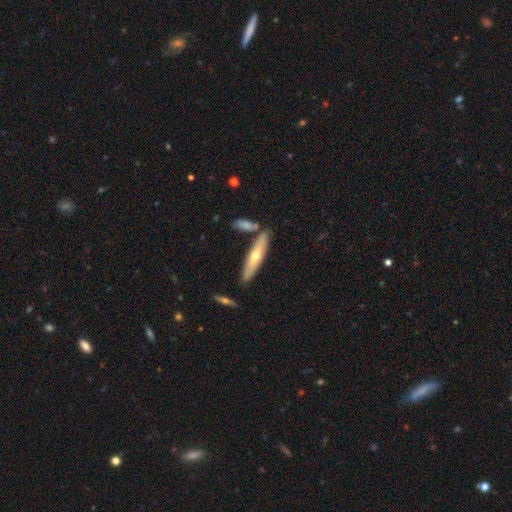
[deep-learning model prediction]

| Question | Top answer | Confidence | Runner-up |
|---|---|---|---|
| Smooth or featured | smooth | 48% | featured or disk (47%) |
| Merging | none | 80% | minor disturbance (10%) |